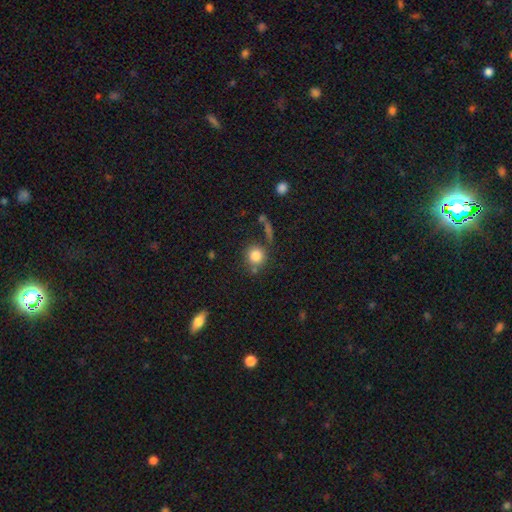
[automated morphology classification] This appears to be a smooth galaxy with no disk features (82%) that is round (89%). Merging: none (71%).